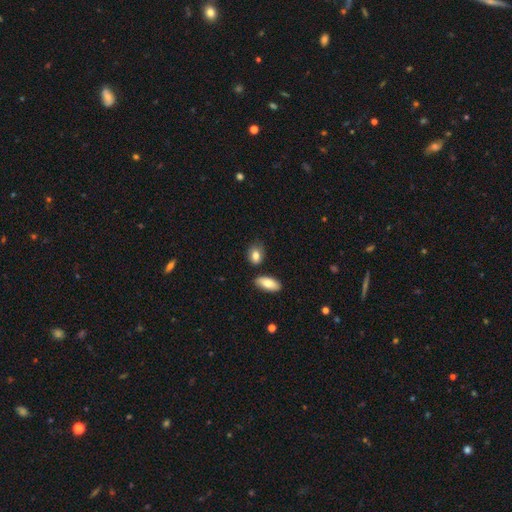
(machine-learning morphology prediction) Q: Smooth or featured?
A: smooth (82%); runner-up: featured or disk (10%)
Q: How rounded?
A: in between (75%); runner-up: round (22%)
Q: Merging?
A: none (69%); runner-up: minor disturbance (18%)